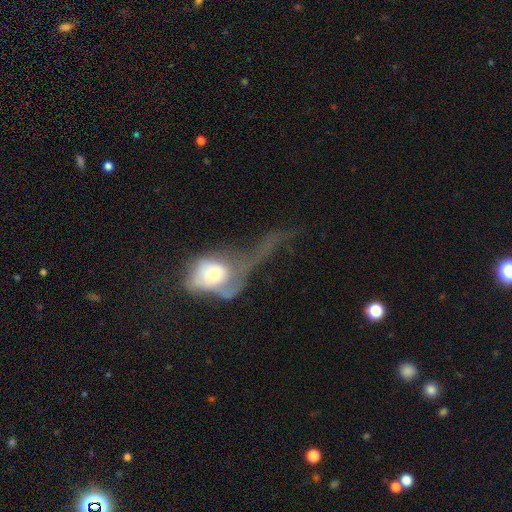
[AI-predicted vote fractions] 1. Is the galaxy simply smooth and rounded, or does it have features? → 43% smooth, 41% featured or disk, 16% star or artifact.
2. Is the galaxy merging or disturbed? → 54% major disturbance, 16% none, 16% merger, 14% minor disturbance.